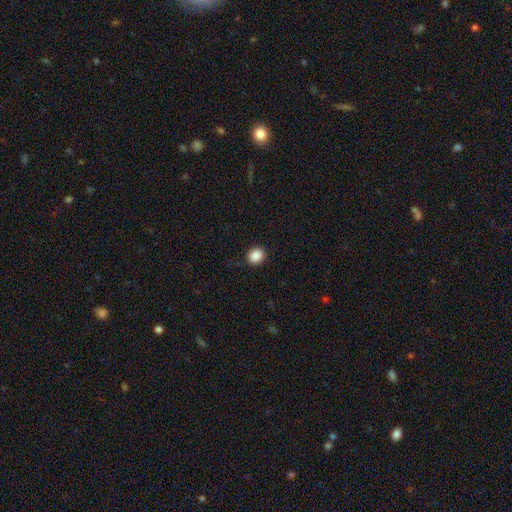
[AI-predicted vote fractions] Smooth or featured?
  - smooth: 88% *
  - star or artifact: 9%
  - featured or disk: 3%
How rounded?
  - round: 71% *
  - in between: 28%
  - cigar-shaped: 1%
Merging?
  - none: 88% *
  - minor disturbance: 9%
  - major disturbance: 2%
  - merger: 1%